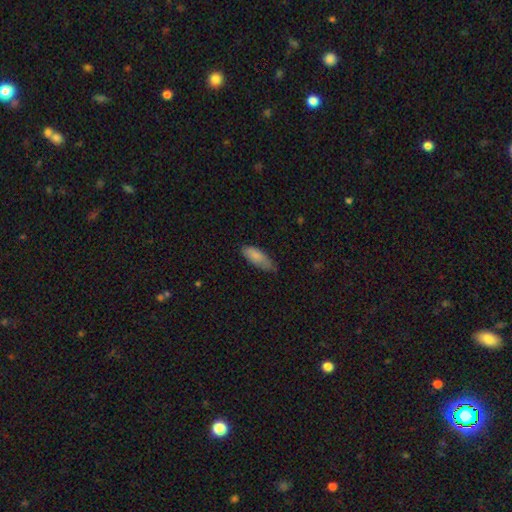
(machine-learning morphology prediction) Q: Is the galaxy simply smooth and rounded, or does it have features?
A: smooth — 83%.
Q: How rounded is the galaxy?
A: in between — 72%.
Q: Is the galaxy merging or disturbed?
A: none — 52%.